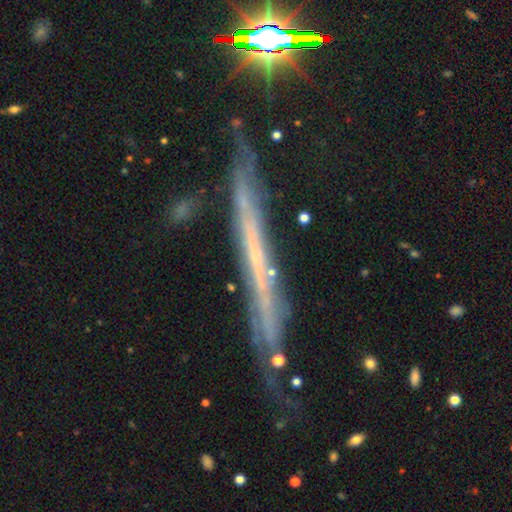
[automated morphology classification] Smooth or featured?
  - featured or disk: 67% *
  - smooth: 21%
  - star or artifact: 12%
Edge-on disk?
  - yes: 89% *
  - no: 11%
Edge-on bulge?
  - none: 86% *
  - rounded: 9%
  - boxy: 5%
Merging?
  - none: 72% *
  - minor disturbance: 20%
  - major disturbance: 5%
  - merger: 3%